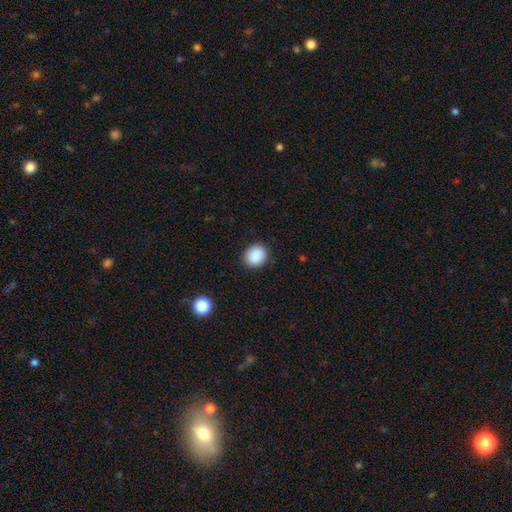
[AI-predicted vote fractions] A smooth galaxy with no disk features (88%) that is round (74%).

Vote fractions:
- Smooth or featured? smooth: 88% / star or artifact: 9% / featured or disk: 3%
- How rounded? round: 74% / in between: 25% / cigar-shaped: 1%
- Merging? none: 89% / minor disturbance: 8% / major disturbance: 2% / merger: 1%